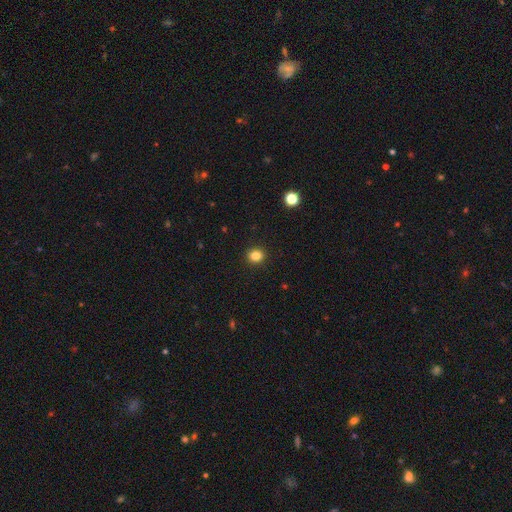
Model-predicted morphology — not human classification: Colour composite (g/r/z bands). It shows a smooth galaxy with no disk features (83%) that is round (78%). Merging: none (92%).